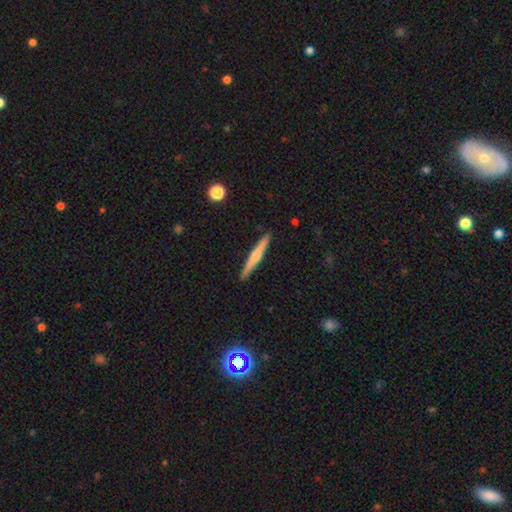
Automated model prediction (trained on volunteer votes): Smooth or featured?
  - featured or disk: 50% *
  - smooth: 44%
  - star or artifact: 6%
Edge-on disk?
  - yes: 97% *
  - no: 3%
Merging?
  - none: 91% *
  - minor disturbance: 6%
  - major disturbance: 1%
  - merger: 1%